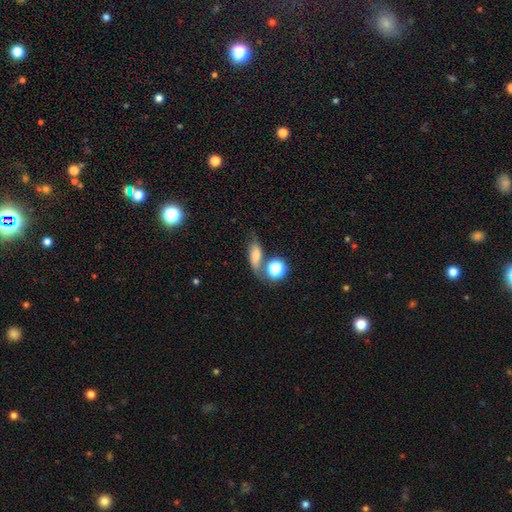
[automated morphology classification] Smooth or featured? Predicted: smooth (p=0.64). How rounded? Predicted: in between (p=0.58). Merging? Predicted: none (p=0.48).